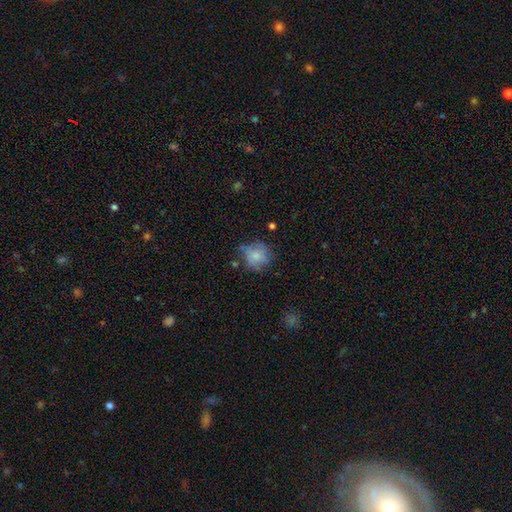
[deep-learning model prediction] smooth_or_featured: smooth (p=0.68) [alt: featured or disk p=0.22]
how_rounded: round (p=0.77) [alt: in between p=0.22]
merging: none (p=0.56) [alt: minor disturbance p=0.27]